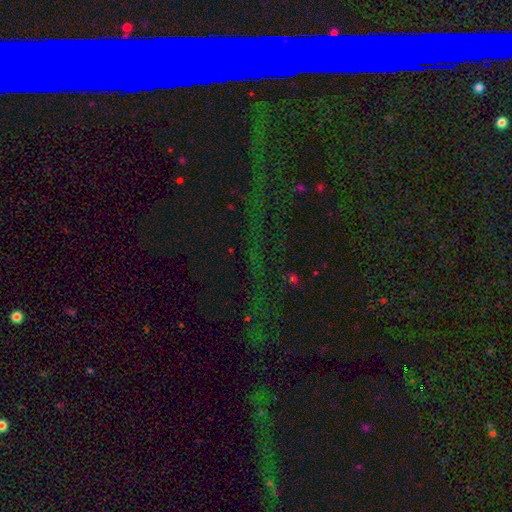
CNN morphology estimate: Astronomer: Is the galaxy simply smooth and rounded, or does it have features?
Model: star or artifact — 65%.